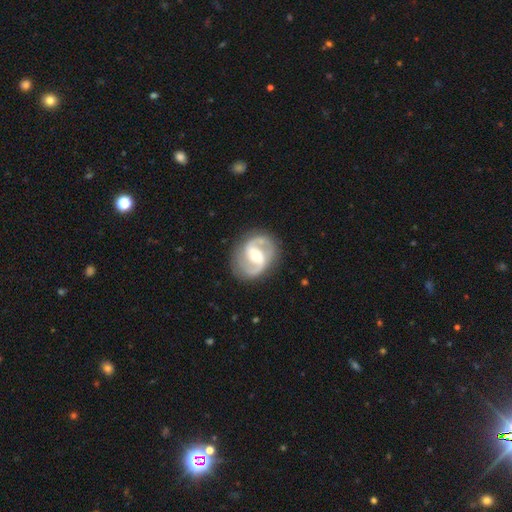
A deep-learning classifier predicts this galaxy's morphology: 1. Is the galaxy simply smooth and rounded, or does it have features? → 89% featured or disk, 7% smooth, 4% star or artifact.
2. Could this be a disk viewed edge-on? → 98% no, 2% yes.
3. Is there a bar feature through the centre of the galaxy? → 44% weak, 35% strong, 21% no.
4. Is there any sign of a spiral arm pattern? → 95% yes, 5% no.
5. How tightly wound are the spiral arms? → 55% medium, 28% loose, 17% tight.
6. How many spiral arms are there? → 93% 2, 2% can't tell, 2% 1, 1% 3, 1% 4, 1% more than 4.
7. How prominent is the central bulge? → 63% moderate, 32% small, 4% large, 1% none, 1% dominant.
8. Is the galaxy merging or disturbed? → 85% none, 10% minor disturbance, 4% major disturbance, 1% merger.